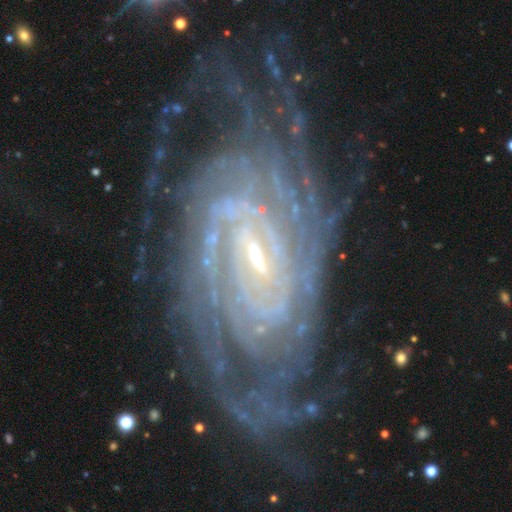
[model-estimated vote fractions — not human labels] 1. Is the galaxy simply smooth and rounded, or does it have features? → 90% featured or disk, 6% star or artifact, 4% smooth.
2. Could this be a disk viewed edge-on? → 96% no, 4% yes.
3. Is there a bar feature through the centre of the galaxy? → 42% weak, 35% strong, 23% no.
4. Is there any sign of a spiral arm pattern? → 98% yes, 2% no.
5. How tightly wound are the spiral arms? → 80% tight, 17% medium, 3% loose.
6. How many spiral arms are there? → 25% can't tell, 24% more than 4, 18% 4, 13% 2, 11% 3, 8% 1.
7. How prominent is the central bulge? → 78% small, 16% moderate, 3% none, 2% large, 1% dominant.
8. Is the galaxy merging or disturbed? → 71% none, 17% minor disturbance, 10% major disturbance, 2% merger.